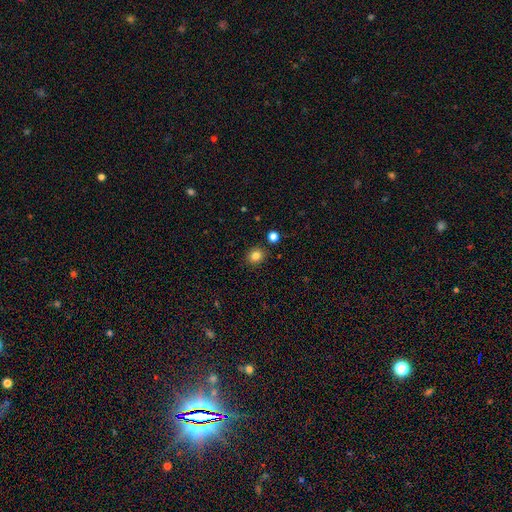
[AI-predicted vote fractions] Smooth or featured? smooth (82%)
How rounded? round (77%)
Merging? none (88%)